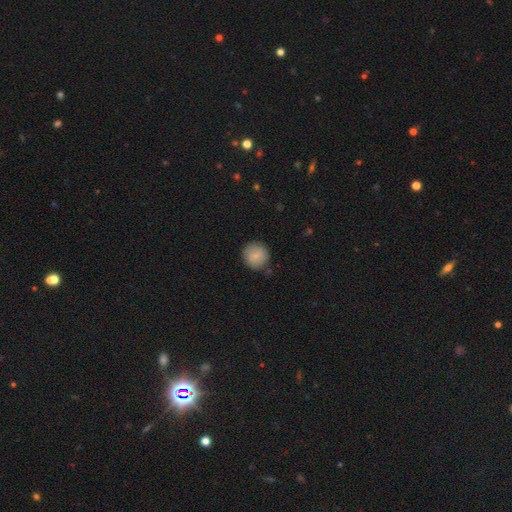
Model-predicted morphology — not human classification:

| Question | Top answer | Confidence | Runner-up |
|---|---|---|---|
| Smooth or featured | smooth | 85% | star or artifact (8%) |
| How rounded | round | 93% | in between (6%) |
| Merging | none | 83% | minor disturbance (12%) |